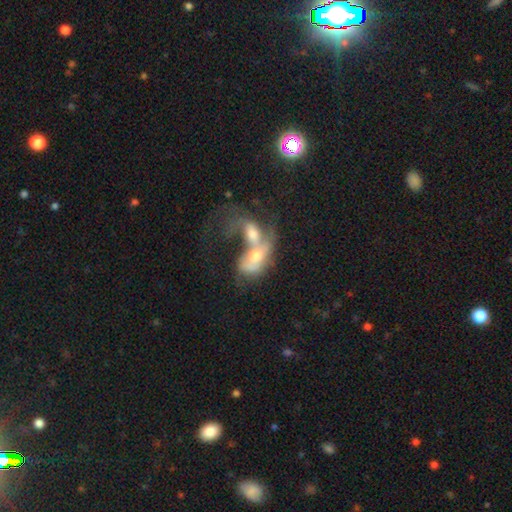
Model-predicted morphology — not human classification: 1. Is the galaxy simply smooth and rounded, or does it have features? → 53% featured or disk, 37% smooth, 10% star or artifact.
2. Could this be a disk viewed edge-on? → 92% no, 8% yes.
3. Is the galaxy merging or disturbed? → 81% merger, 9% major disturbance, 6% none, 4% minor disturbance.